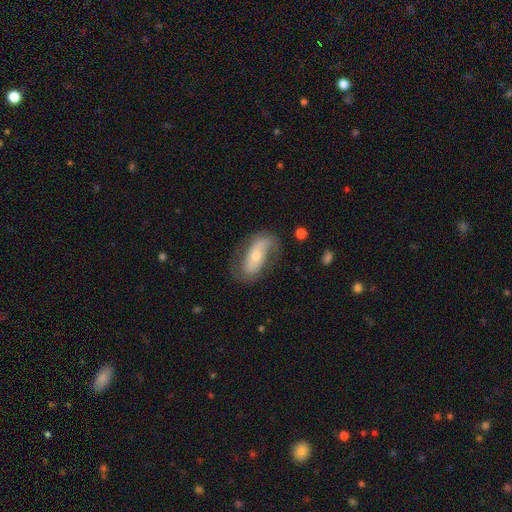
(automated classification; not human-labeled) Overall: featured or disk (63%; smooth 31%). Edge-on disk: no (90%). Bar: no (47%; strong 26%). Spiral arms: yes (82%). Bulge size: small (52%; moderate 41%). Merging: none (64%).